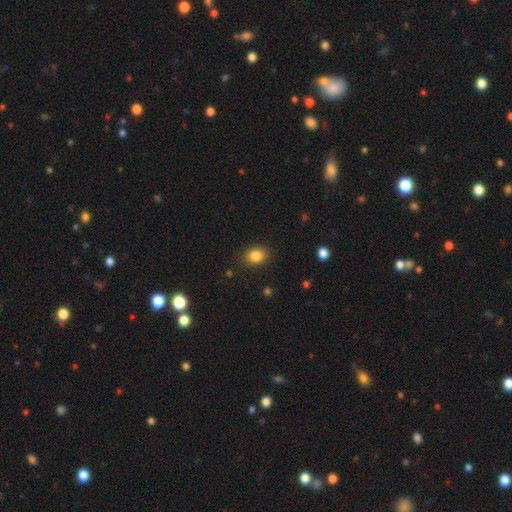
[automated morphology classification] smooth_or_featured: smooth (p=0.84) [alt: star or artifact p=0.10]
how_rounded: in between (p=0.60) [alt: round p=0.39]
merging: none (p=0.85) [alt: minor disturbance p=0.11]